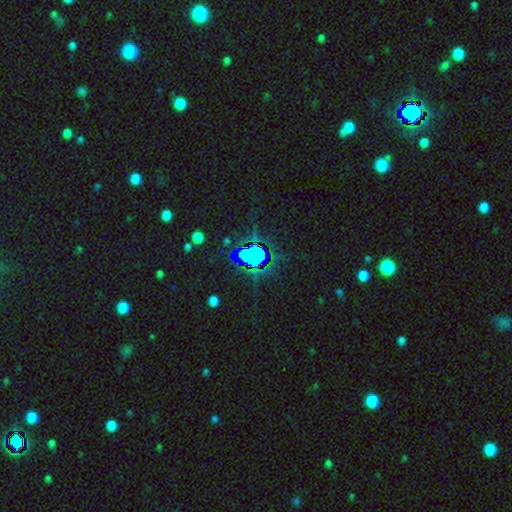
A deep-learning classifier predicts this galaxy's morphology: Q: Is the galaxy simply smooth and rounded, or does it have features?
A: star or artifact — 74%.